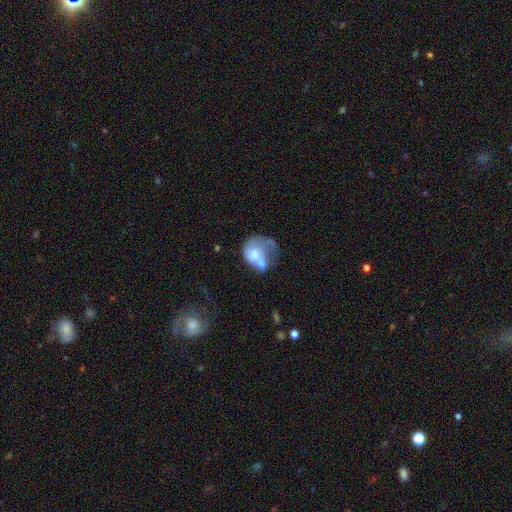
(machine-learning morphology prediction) The model was most divided on "smooth or featured": smooth: 49%, featured or disk: 43%, star or artifact: 9%. Remaining: merging — merger (39%).